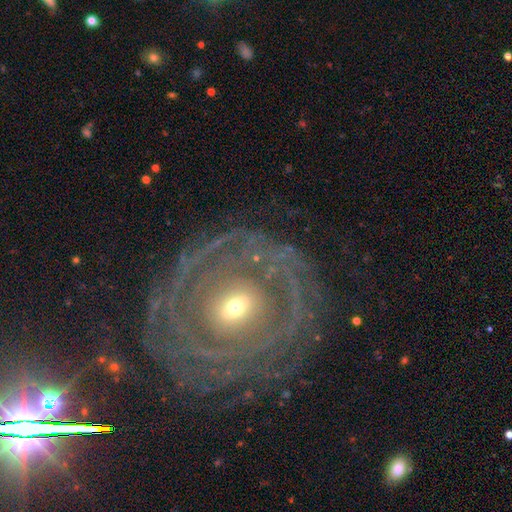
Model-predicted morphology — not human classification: This appears to be a featured or disk galaxy (81%) with no bar (64%), tight (81%) spiral arms (78%) and a moderate central bulge (48%). Merging: none (78%).